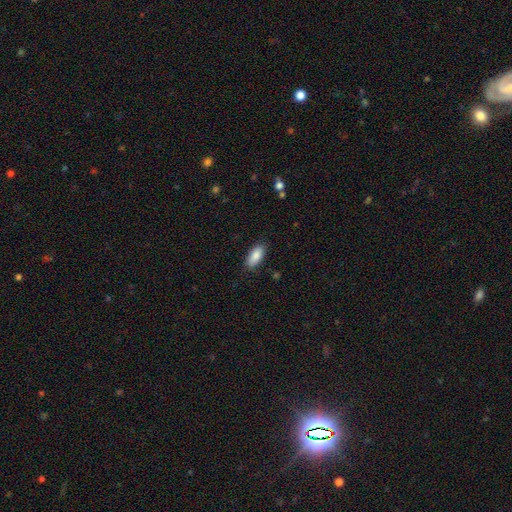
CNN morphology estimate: Smooth or featured? smooth (86%)
How rounded? in between (84%)
Merging? none (85%)